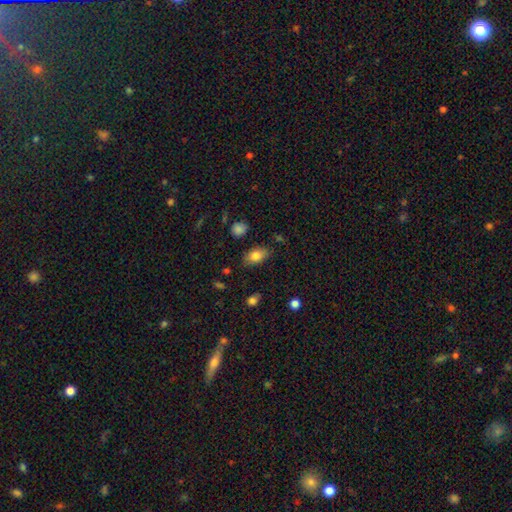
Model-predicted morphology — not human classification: Smooth or featured?
  - smooth: 81% *
  - featured or disk: 11%
  - star or artifact: 8%
How rounded?
  - in between: 88% *
  - round: 8%
  - cigar-shaped: 3%
Merging?
  - none: 79% *
  - minor disturbance: 16%
  - major disturbance: 3%
  - merger: 2%